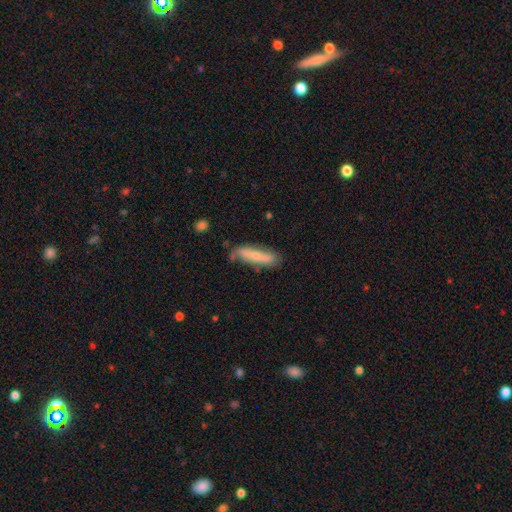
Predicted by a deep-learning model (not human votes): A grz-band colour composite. It shows a smooth galaxy with no disk features (63%) that is cigar-shaped (75%). Merging: none (66%).